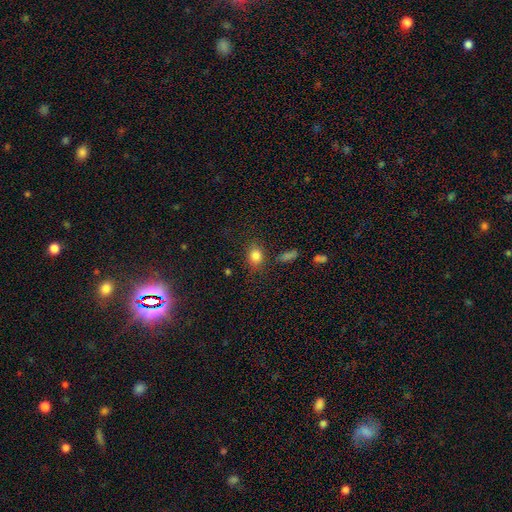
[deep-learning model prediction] smooth 83%, star or artifact 12%, featured or disk 6%. Down the decision tree: how rounded — in between (52%); merging — none (78%).